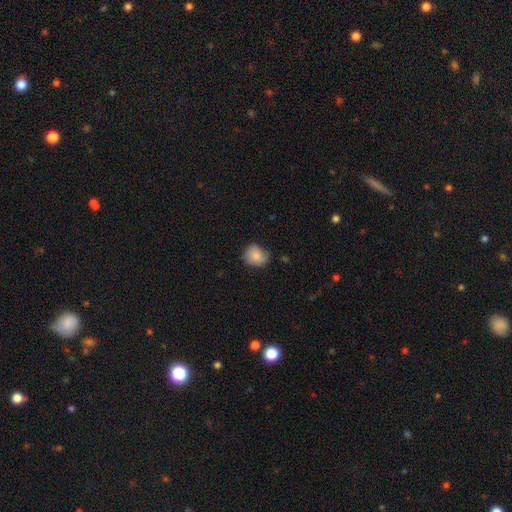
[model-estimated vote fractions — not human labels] Overall: smooth (79%). How rounded: round (73%). Merging: none (66%; minor disturbance 27%).